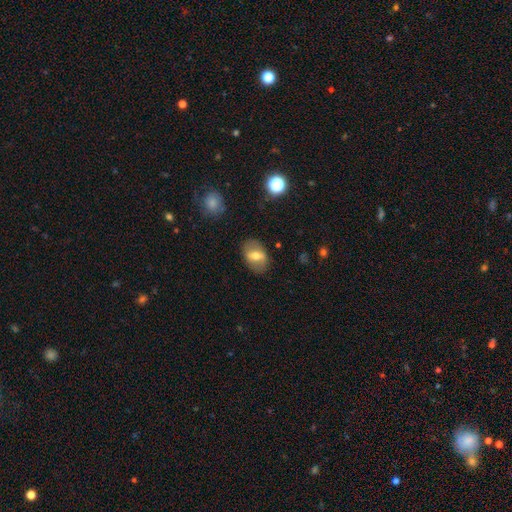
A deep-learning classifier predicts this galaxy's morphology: This appears to be a smooth galaxy with no disk features (51%) that is in between round and cigar-shaped (79%). Merging: none (81%).